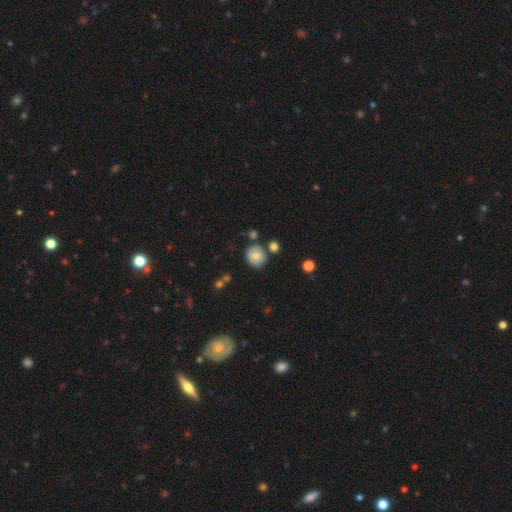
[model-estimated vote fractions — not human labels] Smooth or featured: smooth — 72% (featured or disk — 18%)
How rounded: round — 81% (in between — 18%)
Merging: none — 70% (minor disturbance — 17%)